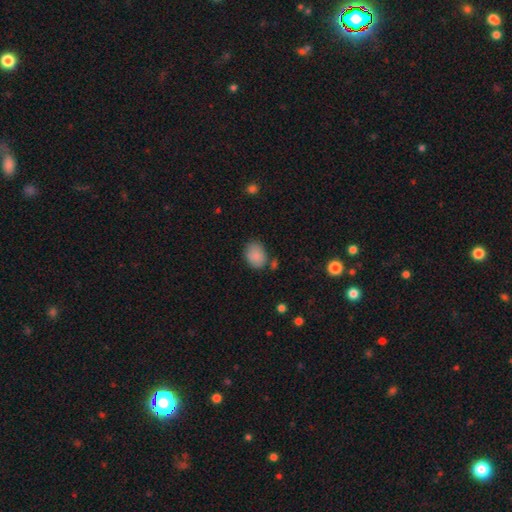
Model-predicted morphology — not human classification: Smooth or featured?
  - smooth: 88% *
  - star or artifact: 8%
  - featured or disk: 5%
How rounded?
  - in between: 70% *
  - round: 29%
  - cigar-shaped: 1%
Merging?
  - none: 72% *
  - minor disturbance: 17%
  - merger: 6%
  - major disturbance: 4%